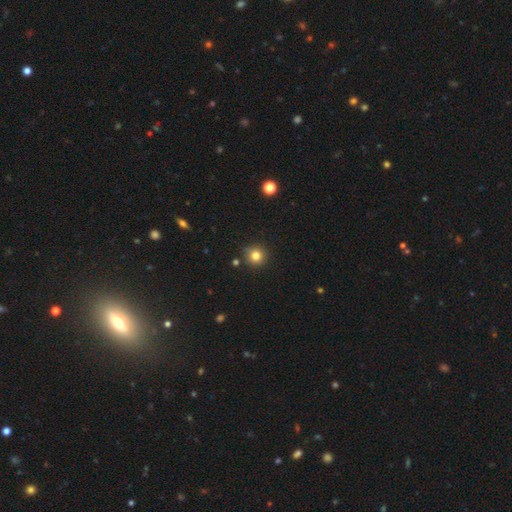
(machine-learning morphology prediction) type=smooth (81%); roundness=round (94%); merging=none (86%).